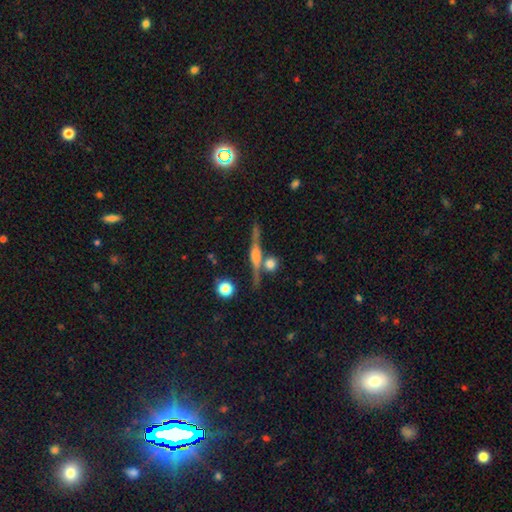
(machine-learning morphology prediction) smooth_or_featured: featured or disk (p=0.75) [alt: smooth p=0.18]
disk_edge_on: yes (p=0.96) [alt: no p=0.04]
edge_on_bulge: rounded (p=0.61) [alt: boxy p=0.29]
merging: none (p=0.73) [alt: merger p=0.12]